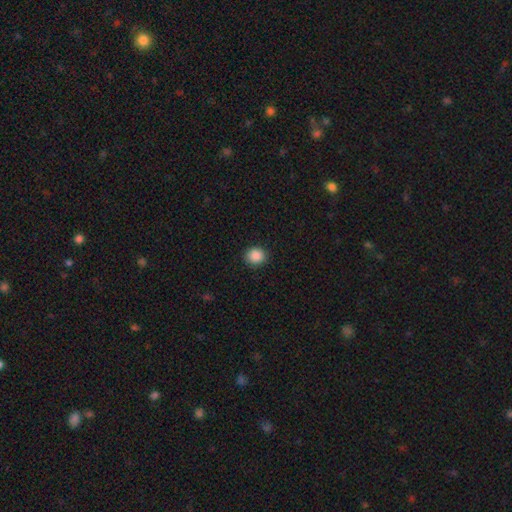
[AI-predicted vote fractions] smooth-or-featured: smooth: 89% | star or artifact: 9% | featured or disk: 3%
  how-rounded: round: 82% | in between: 18% | cigar-shaped: 1%
  merging: none: 90% | minor disturbance: 7% | major disturbance: 2% | merger: 1%